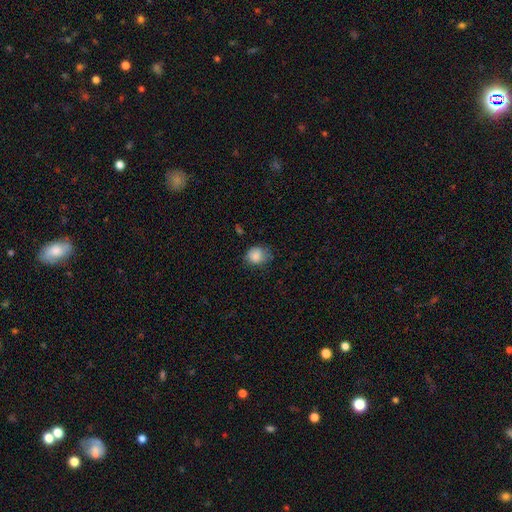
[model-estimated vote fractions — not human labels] The model was most divided on "merging": none: 60%, minor disturbance: 29%, major disturbance: 9%, merger: 2%. More confident: smooth or featured — smooth (85%); how rounded — round (66%).